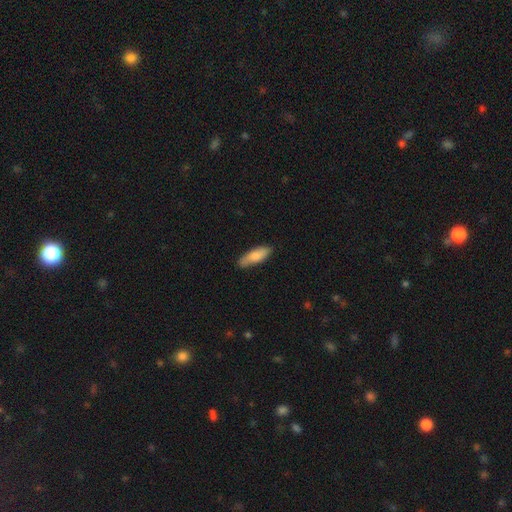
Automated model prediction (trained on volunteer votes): A smooth galaxy with no disk features (79%) that is in between round and cigar-shaped (53%). Merging: none (82%).